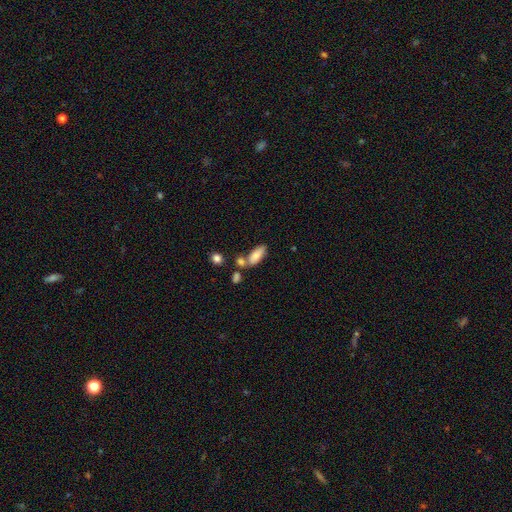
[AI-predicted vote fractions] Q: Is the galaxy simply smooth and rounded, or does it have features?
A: smooth — 80%.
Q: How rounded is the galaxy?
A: in between — 79%.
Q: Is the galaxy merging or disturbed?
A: none — 54%.